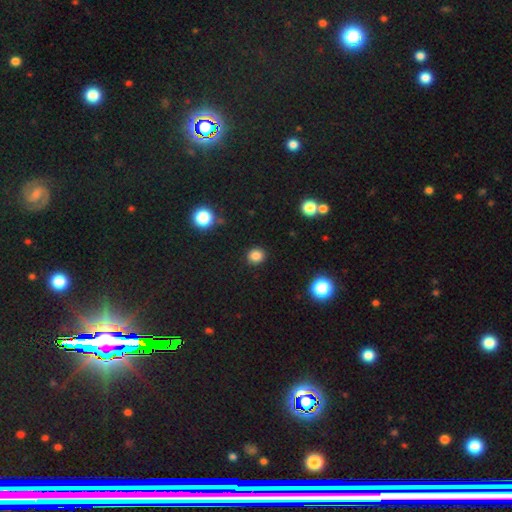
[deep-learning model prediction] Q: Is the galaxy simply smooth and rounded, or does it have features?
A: smooth — 84%.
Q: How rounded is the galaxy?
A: round — 81%.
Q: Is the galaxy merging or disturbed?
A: none — 90%.